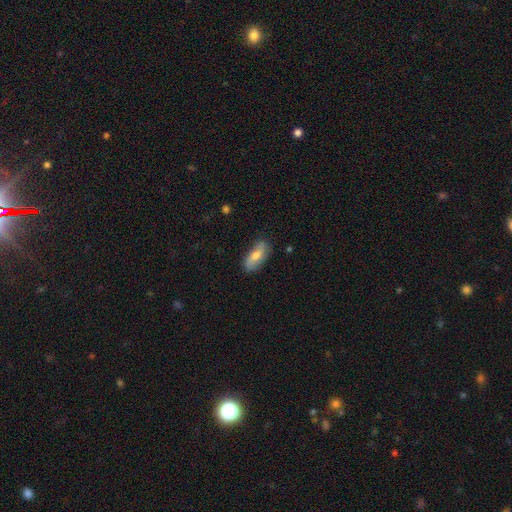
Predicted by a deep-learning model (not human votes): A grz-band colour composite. It shows a smooth galaxy with no disk features (53%) that is in between round and cigar-shaped (77%). Merging: none (79%).